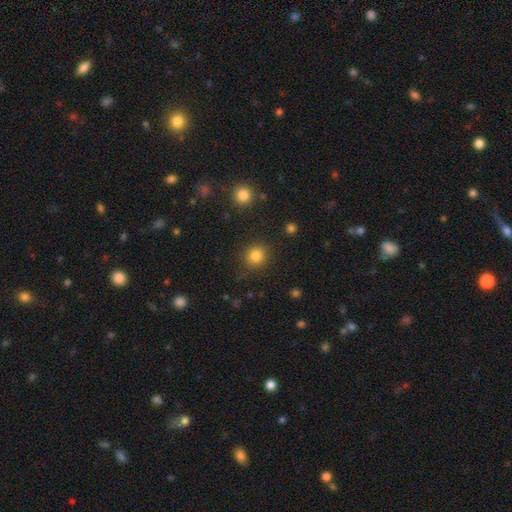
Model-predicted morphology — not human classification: A smooth galaxy with no disk features (83%) that is round (88%).

Vote fractions:
- Smooth or featured? smooth: 83% / star or artifact: 12% / featured or disk: 5%
- How rounded? round: 88% / in between: 11% / cigar-shaped: 1%
- Merging? none: 87% / minor disturbance: 8% / major disturbance: 3% / merger: 2%